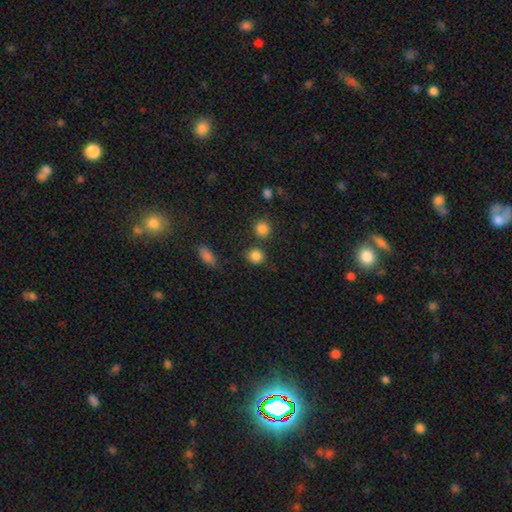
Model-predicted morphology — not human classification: Smooth or featured? smooth (84%)
How rounded? round (79%)
Merging? none (77%)